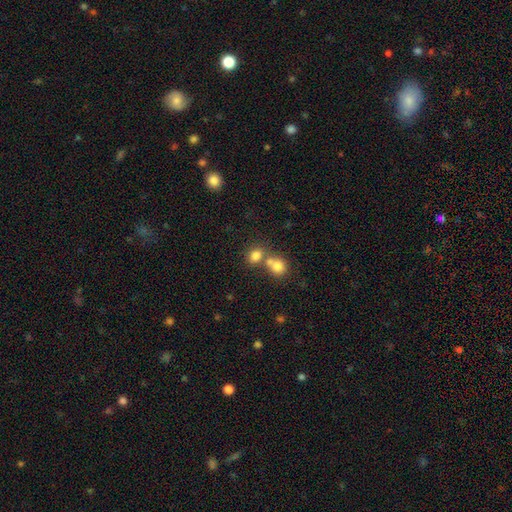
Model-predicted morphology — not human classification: smooth-or-featured: smooth: 79% | star or artifact: 12% | featured or disk: 9%
  how-rounded: in between: 51% | round: 48% | cigar-shaped: 1%
  merging: none: 44% (tied) | merger: 44% (tied) | minor disturbance: 8% | major disturbance: 4%